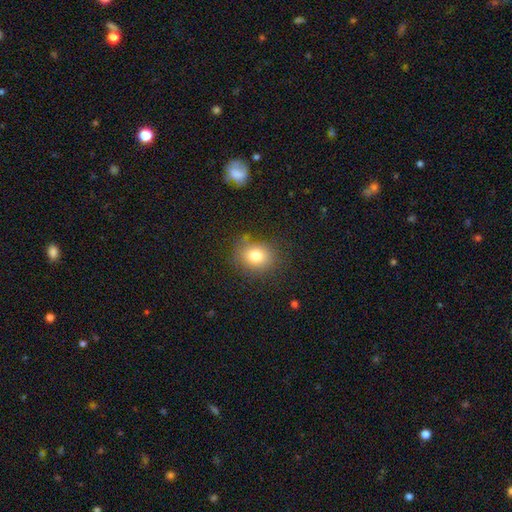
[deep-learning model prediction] Smooth or featured? Predicted: smooth (p=0.78). How rounded? Predicted: round (p=0.70). Merging? Predicted: none (p=0.79).